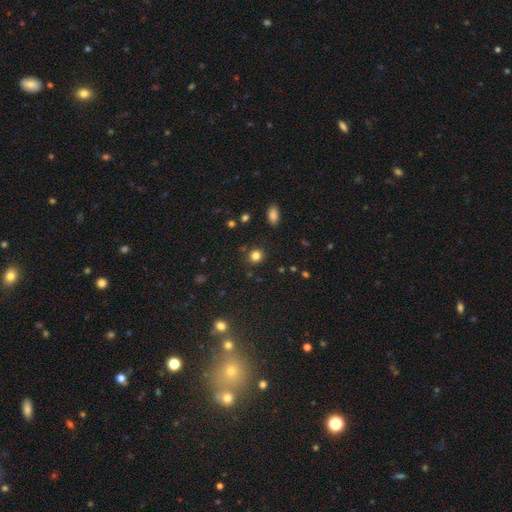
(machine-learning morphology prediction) Smooth or featured? Predicted: smooth (p=0.82). How rounded? Predicted: round (p=0.85). Merging? Predicted: none (p=0.88).